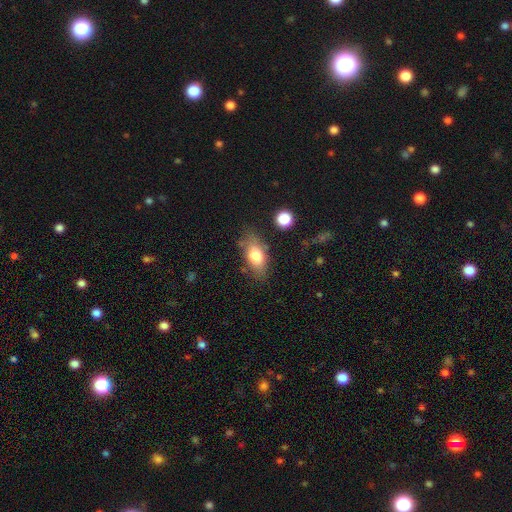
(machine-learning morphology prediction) Smooth or featured? Predicted: smooth (p=0.77). How rounded? Predicted: in between (p=0.87). Merging? Predicted: none (p=0.72).